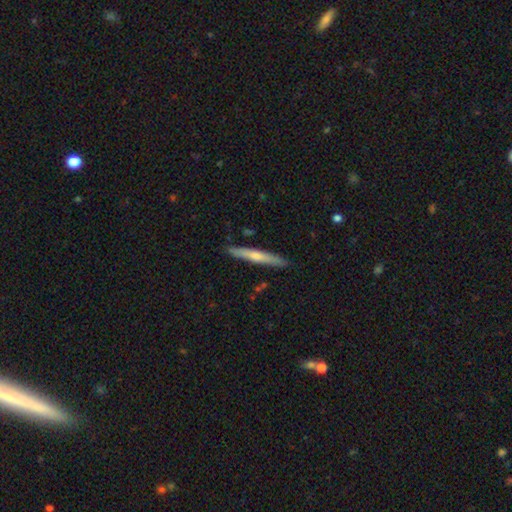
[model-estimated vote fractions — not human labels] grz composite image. It shows a smooth galaxy with no disk features (49%). Merging: none (88%).